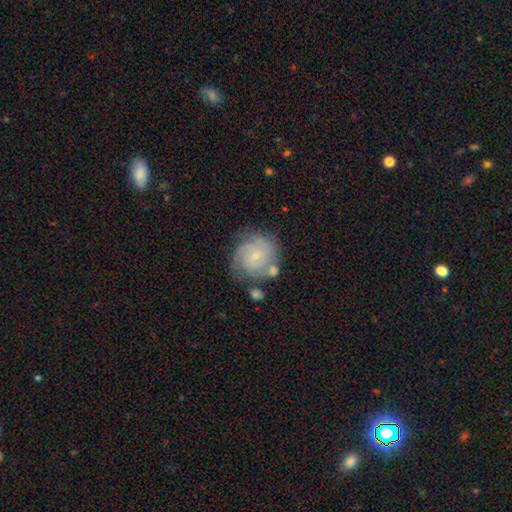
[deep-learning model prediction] featured or disk 70%, smooth 22%, star or artifact 7%. Down the decision tree: edge-on disk — no (98%); bar — no (71%); spiral arms — yes (91%); spiral arm count — can't tell (31%); spiral winding — tight (64%); bulge size — small (78%); merging — none (63%).